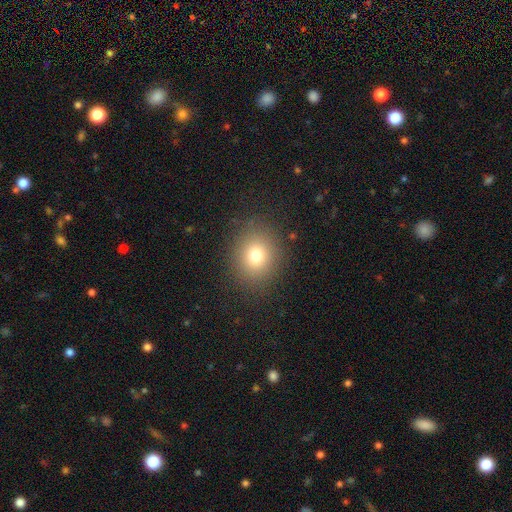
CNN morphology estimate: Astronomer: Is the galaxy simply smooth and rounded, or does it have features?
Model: smooth — 76%.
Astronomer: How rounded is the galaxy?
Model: round — 68%.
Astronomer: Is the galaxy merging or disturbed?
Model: none — 87%.